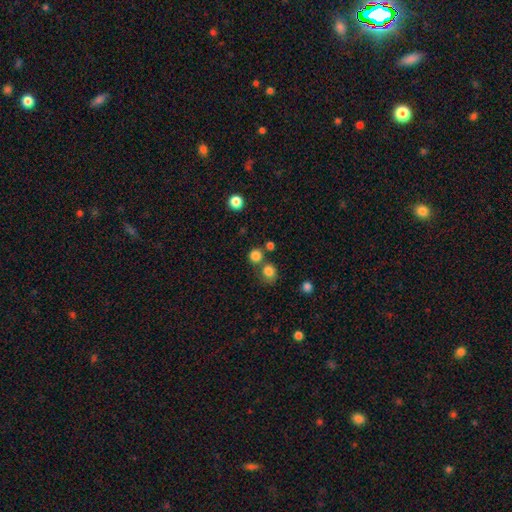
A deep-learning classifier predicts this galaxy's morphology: Smooth or featured?
  - smooth: 81% *
  - star or artifact: 14%
  - featured or disk: 5%
How rounded?
  - round: 89% *
  - in between: 10%
  - cigar-shaped: 1%
Merging?
  - none: 66% *
  - merger: 23%
  - minor disturbance: 8%
  - major disturbance: 3%